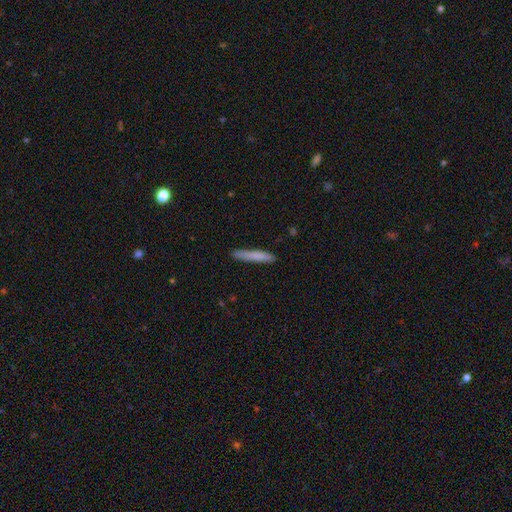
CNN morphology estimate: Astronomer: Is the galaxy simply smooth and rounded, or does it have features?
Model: smooth — 79%.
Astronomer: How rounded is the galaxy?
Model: cigar-shaped — 94%.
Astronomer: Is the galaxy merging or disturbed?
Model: none — 85%.